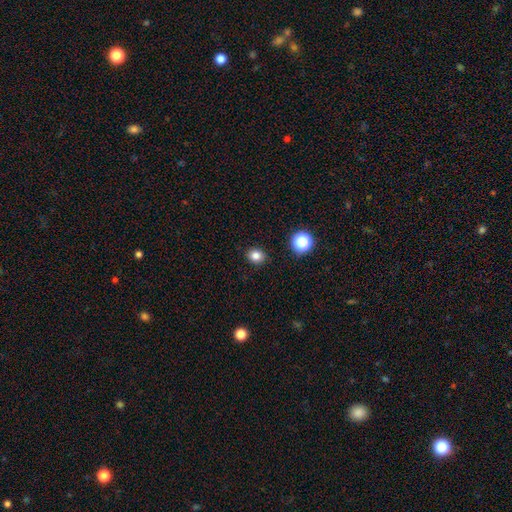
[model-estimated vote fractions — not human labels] Smooth or featured? Predicted: smooth (p=0.81). How rounded? Predicted: round (p=0.70). Merging? Predicted: none (p=0.90).